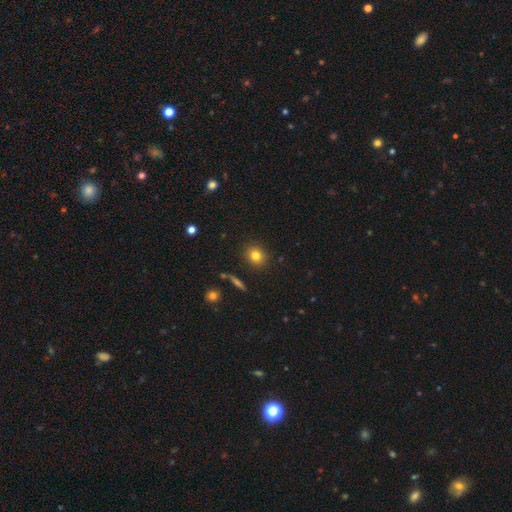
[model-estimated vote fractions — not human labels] Smooth or featured? Predicted: smooth (p=0.80). How rounded? Predicted: round (p=0.77). Merging? Predicted: none (p=0.89).